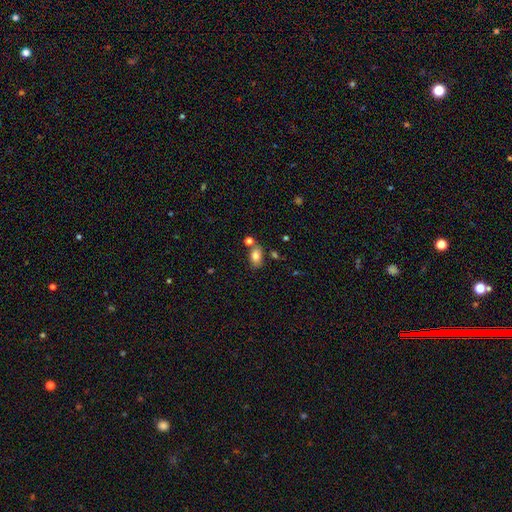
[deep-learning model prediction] Smooth or featured?
  - smooth: 81% *
  - featured or disk: 10%
  - star or artifact: 9%
How rounded?
  - in between: 88% *
  - round: 10%
  - cigar-shaped: 2%
Merging?
  - none: 68% *
  - merger: 14%
  - minor disturbance: 14%
  - major disturbance: 4%